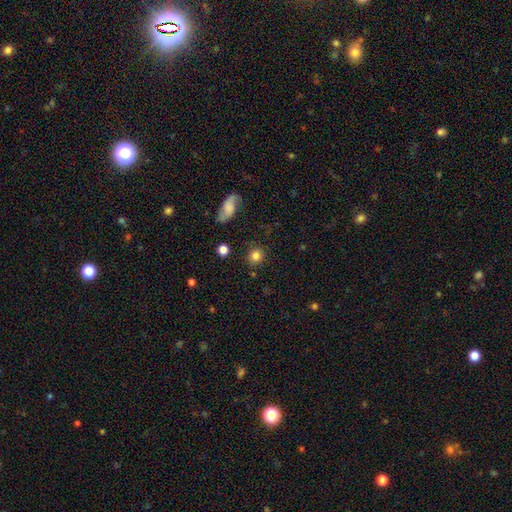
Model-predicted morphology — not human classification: Smooth or featured?
  - smooth: 82% *
  - star or artifact: 11%
  - featured or disk: 7%
How rounded?
  - round: 87% *
  - in between: 12%
  - cigar-shaped: 1%
Merging?
  - none: 85% *
  - minor disturbance: 9%
  - major disturbance: 3%
  - merger: 3%